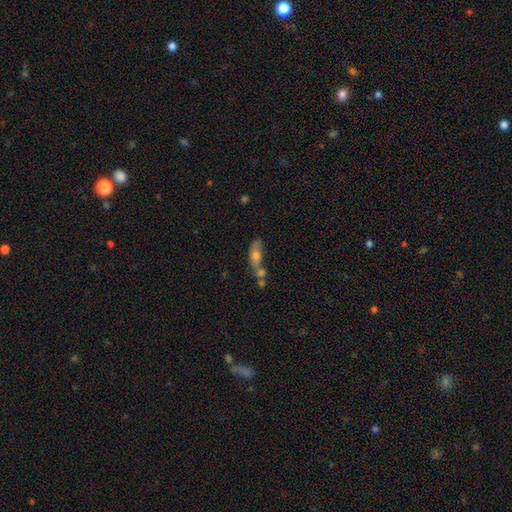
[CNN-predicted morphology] Q: Smooth or featured?
A: smooth (62%); runner-up: featured or disk (28%)
Q: How rounded?
A: in between (71%); runner-up: cigar-shaped (23%)
Q: Merging?
A: merger (43%); runner-up: none (31%)